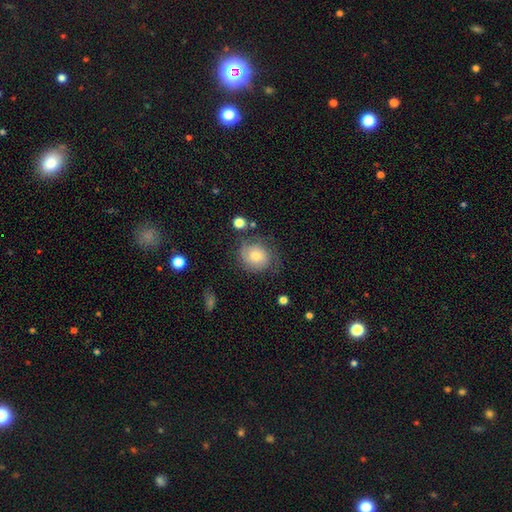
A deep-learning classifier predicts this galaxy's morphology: smooth_or_featured: smooth (p=0.58) [alt: featured or disk p=0.32]
how_rounded: round (p=0.79) [alt: in between p=0.20]
merging: none (p=0.66) [alt: minor disturbance p=0.22]